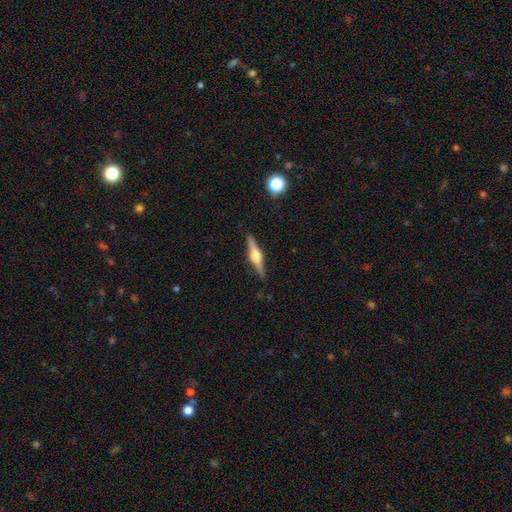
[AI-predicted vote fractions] This is likely a featured or disk galaxy (78%). It is clearly viewed edge-on (98%). Edge-on bulge: clearly rounded (94%). Merging: clearly none (89%).